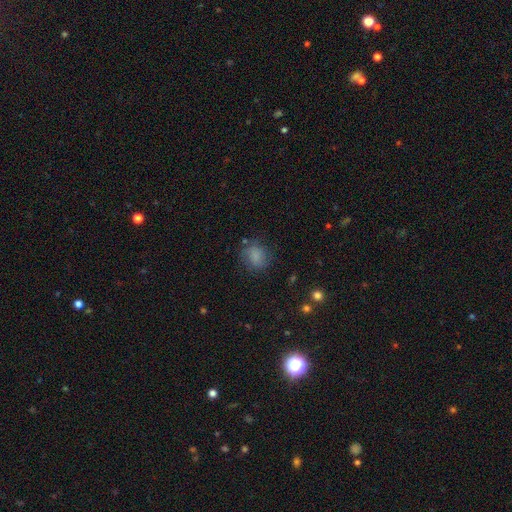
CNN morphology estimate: The model was most divided on "how rounded": round: 70%, in between: 29%, cigar-shaped: 1%. More confident: smooth or featured — smooth (77%); merging — none (72%).